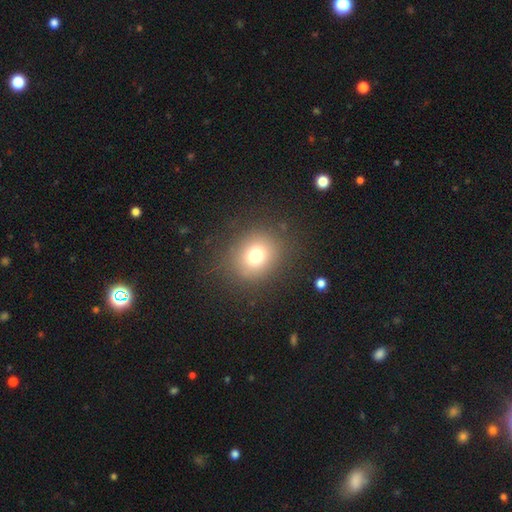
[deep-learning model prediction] smooth 73%, star or artifact 16%, featured or disk 11%. Down the decision tree: how rounded — round (75%); merging — none (85%).